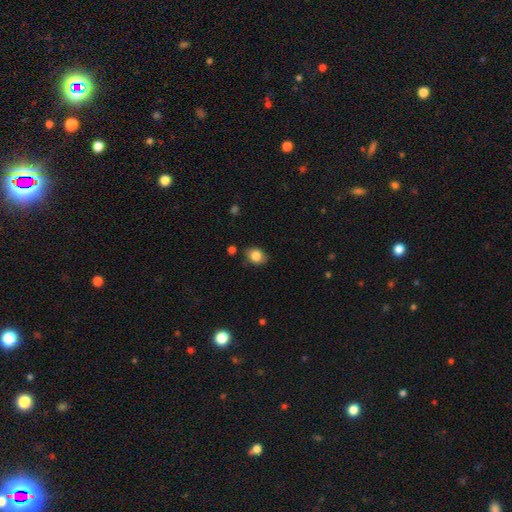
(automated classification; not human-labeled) A smooth galaxy with no disk features (84%) that is in between round and cigar-shaped (58%). Merging: none (80%).